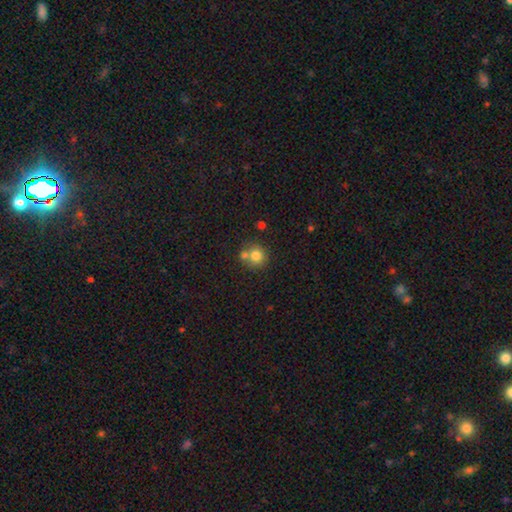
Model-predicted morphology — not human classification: The model was most divided on "merging": none: 55%, merger: 33%, minor disturbance: 9%, major disturbance: 3%. More confident: how rounded — round (86%); smooth or featured — smooth (79%).